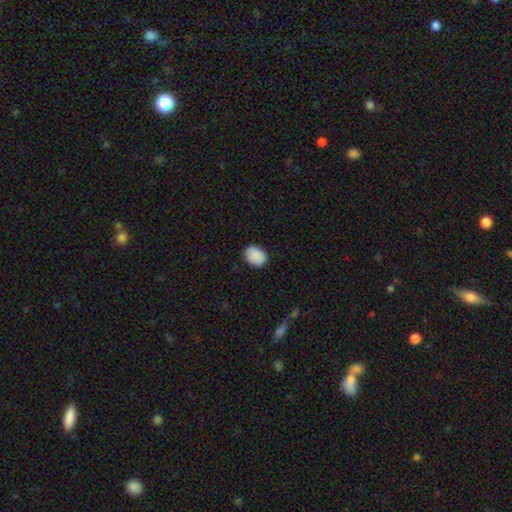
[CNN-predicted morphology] A smooth galaxy with no disk features (89%) that is in between round and cigar-shaped (67%). Merging: none (84%).